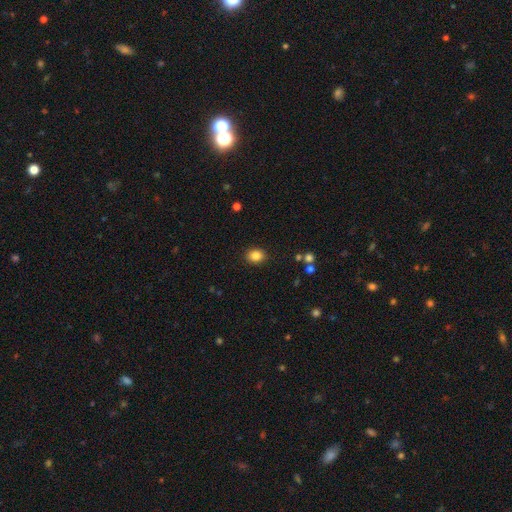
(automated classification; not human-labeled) smooth 84%, star or artifact 10%, featured or disk 5%. Down the decision tree: how rounded — round (58%); merging — none (89%).